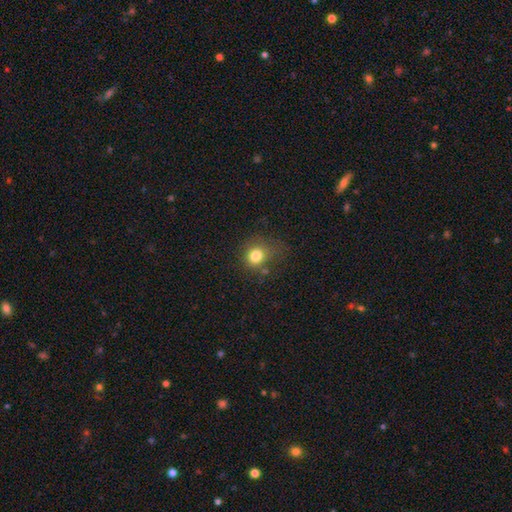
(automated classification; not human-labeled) Q: Smooth or featured?
A: smooth (80%); runner-up: star or artifact (13%)
Q: How rounded?
A: round (74%); runner-up: in between (25%)
Q: Merging?
A: none (62%); runner-up: minor disturbance (22%)